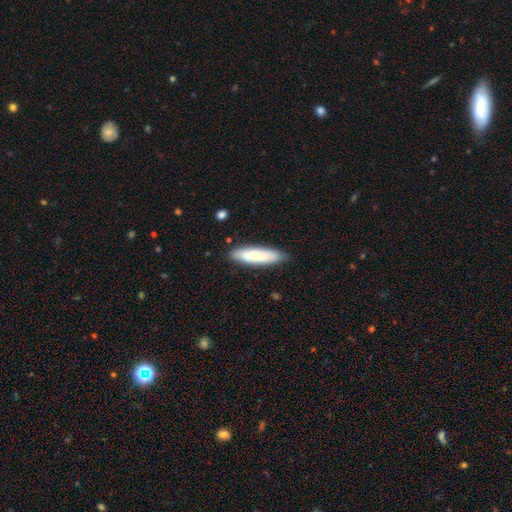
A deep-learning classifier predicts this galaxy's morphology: Smooth or featured?
  - smooth: 80% *
  - featured or disk: 14%
  - star or artifact: 5%
How rounded?
  - cigar-shaped: 68% *
  - in between: 30%
  - round: 1%
Merging?
  - none: 85% *
  - minor disturbance: 12%
  - major disturbance: 2%
  - merger: 1%